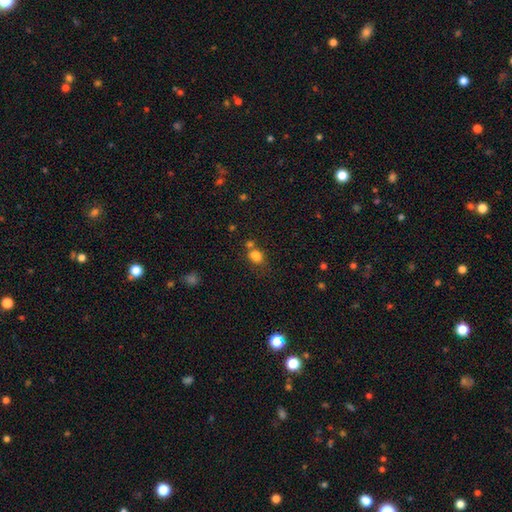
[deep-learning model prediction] Smooth or featured?
  - smooth: 81% *
  - star or artifact: 13%
  - featured or disk: 7%
How rounded?
  - in between: 58% *
  - round: 41%
  - cigar-shaped: 1%
Merging?
  - none: 50% *
  - merger: 27%
  - minor disturbance: 16%
  - major disturbance: 7%